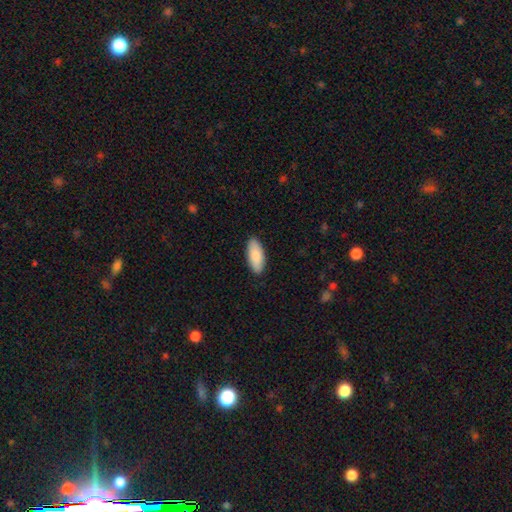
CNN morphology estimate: smooth_or_featured: smooth (p=0.87) [alt: featured or disk p=0.08]
how_rounded: in between (p=0.86) [alt: cigar-shaped p=0.13]
merging: none (p=0.88) [alt: minor disturbance p=0.09]